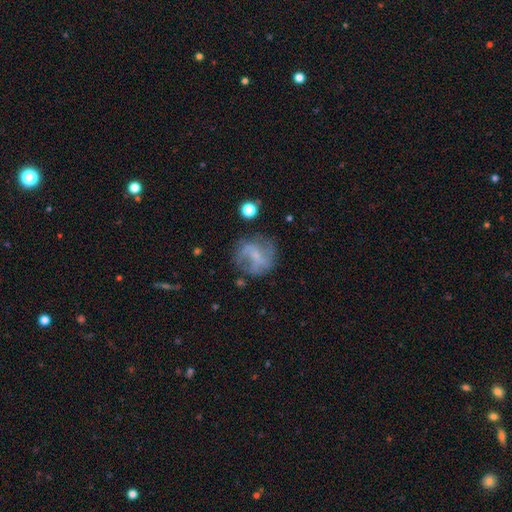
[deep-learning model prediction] smooth-or-featured: featured or disk: 68% | smooth: 23% | star or artifact: 9%
  disk-edge-on: no: 97% | yes: 3%
    bar: weak: 46% | no: 33% | strong: 21%
    has-spiral-arms: yes: 80% | no: 20%
      spiral-winding: loose: 43% | medium: 40% | tight: 17%
      spiral-arm-count: 2: 66% | can't tell: 18% | 3: 7% | 1: 4% | 4: 2% | more than 4: 2%
    bulge-size: small: 63% | none: 17% | moderate: 17% | large: 1% | dominant: 1%
  merging: none: 65% | minor disturbance: 19% | major disturbance: 12% | merger: 3%